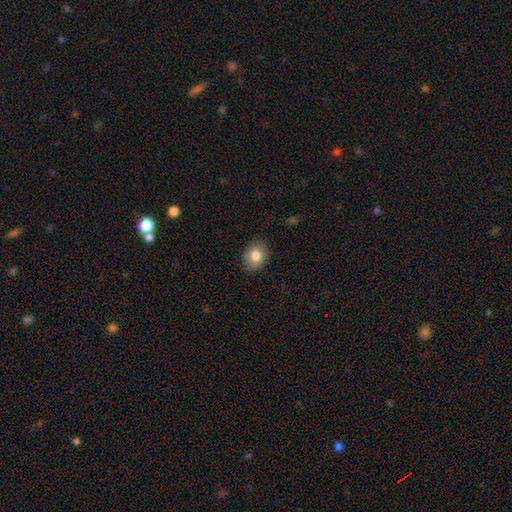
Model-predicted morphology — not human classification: smooth 82%, featured or disk 10%, star or artifact 8%. Down the decision tree: how rounded — in between (60%); merging — none (86%).